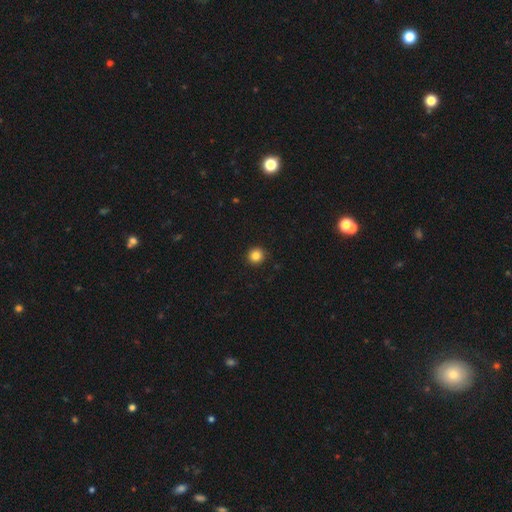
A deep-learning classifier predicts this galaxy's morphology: A smooth galaxy with no disk features (84%) that is round (94%). Merging: none (92%).